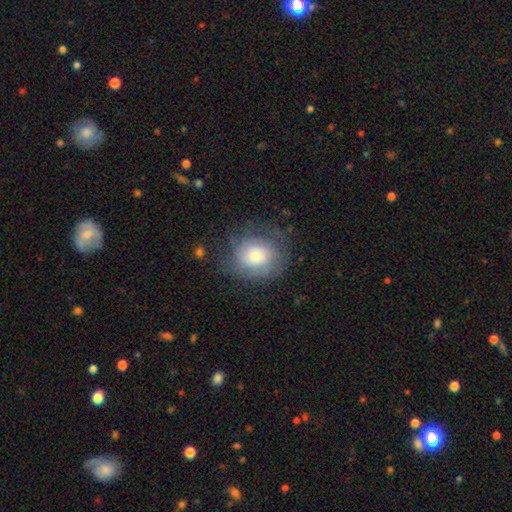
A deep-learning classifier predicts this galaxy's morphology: Smooth or featured? Predicted: smooth (p=0.63). How rounded? Predicted: round (p=0.74). Merging? Predicted: none (p=0.68).